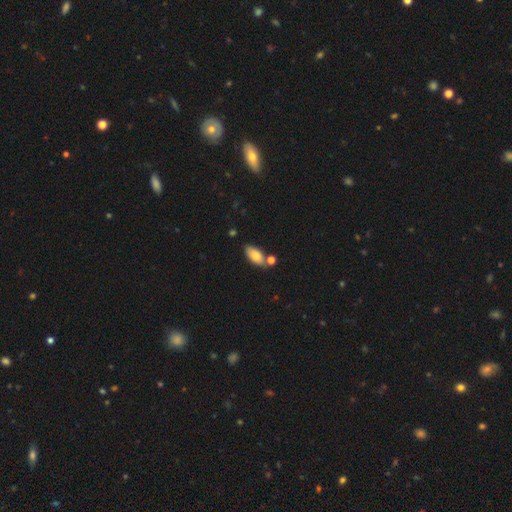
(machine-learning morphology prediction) smooth 78%, featured or disk 15%, star or artifact 7%. Down the decision tree: how rounded — in between (91%); merging — none (68%).